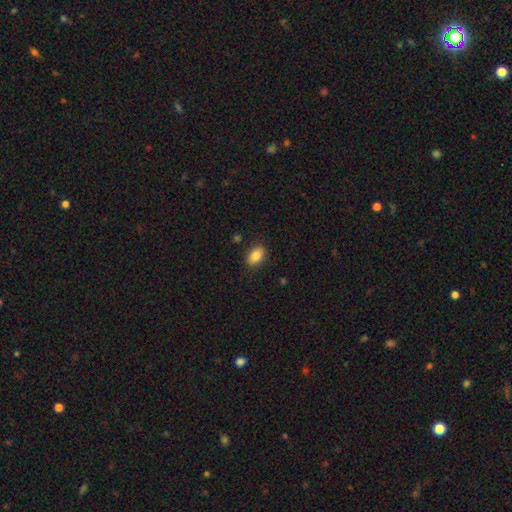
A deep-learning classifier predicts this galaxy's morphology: smooth-or-featured: smooth: 85% | star or artifact: 8% | featured or disk: 7%
  how-rounded: in between: 85% | round: 14% | cigar-shaped: 2%
  merging: none: 86% | minor disturbance: 10% | major disturbance: 2% | merger: 1%